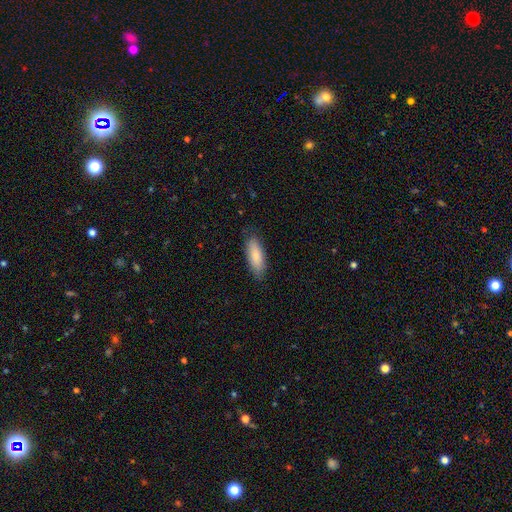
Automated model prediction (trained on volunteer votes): This appears to be a smooth galaxy with no disk features (85%) that is in between round and cigar-shaped (64%). Merging: none (82%).